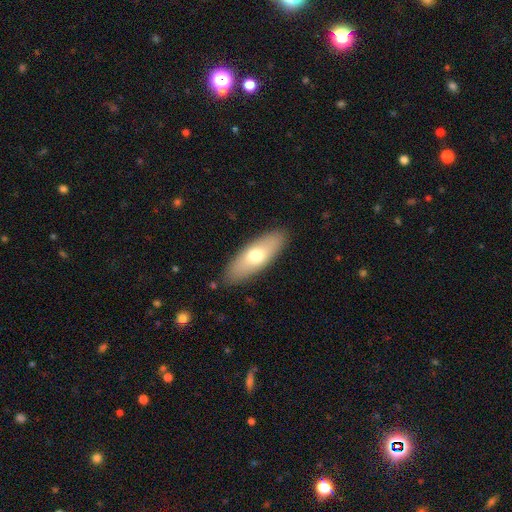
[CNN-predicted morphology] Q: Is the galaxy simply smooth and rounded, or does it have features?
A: smooth — 65%.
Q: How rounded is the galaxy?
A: in between — 67%.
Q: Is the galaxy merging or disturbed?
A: none — 87%.